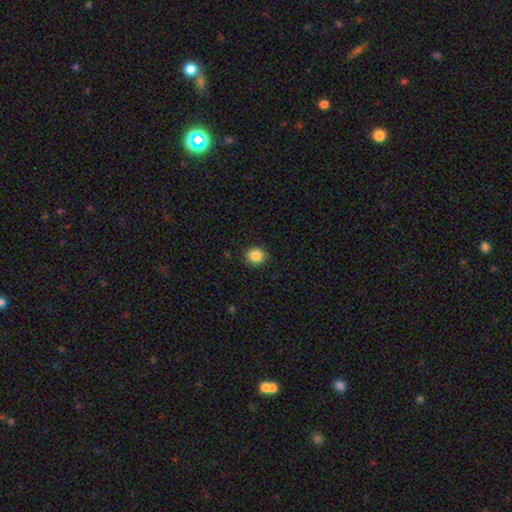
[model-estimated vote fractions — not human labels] smooth 86%, star or artifact 10%, featured or disk 4%. Down the decision tree: how rounded — round (86%); merging — none (90%).